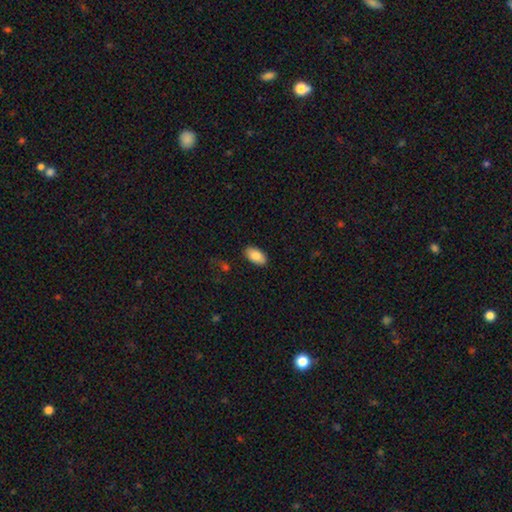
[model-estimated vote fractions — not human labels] Q: Smooth or featured?
A: smooth (84%); runner-up: featured or disk (9%)
Q: How rounded?
A: in between (94%); runner-up: round (3%)
Q: Merging?
A: none (88%); runner-up: minor disturbance (9%)